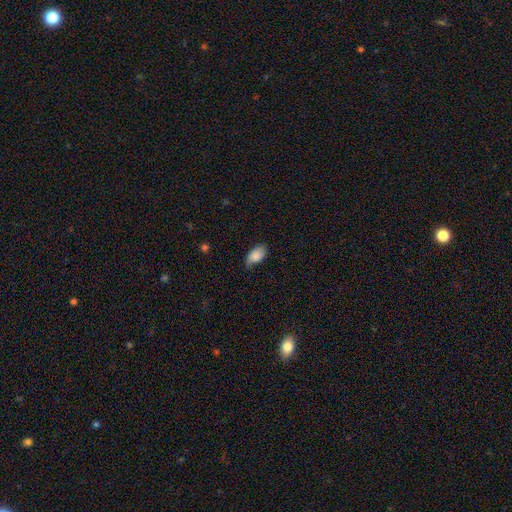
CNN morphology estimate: The model was most divided on "merging": none: 55%, minor disturbance: 34%, major disturbance: 9%, merger: 2%. More confident: how rounded — in between (93%); smooth or featured — smooth (80%).